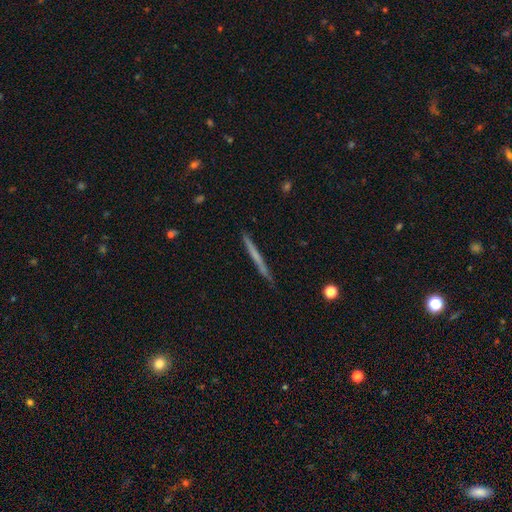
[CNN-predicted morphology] smooth_or_featured: smooth (p=0.49) [alt: featured or disk p=0.45]
merging: none (p=0.88) [alt: minor disturbance p=0.09]